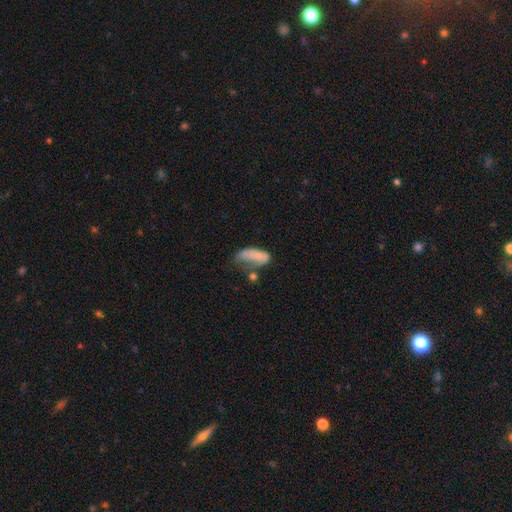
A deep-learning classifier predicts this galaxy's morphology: Q: Smooth or featured?
A: smooth (69%); runner-up: featured or disk (22%)
Q: How rounded?
A: in between (85%); runner-up: cigar-shaped (11%)
Q: Merging?
A: major disturbance (31%); runner-up: minor disturbance (28%)